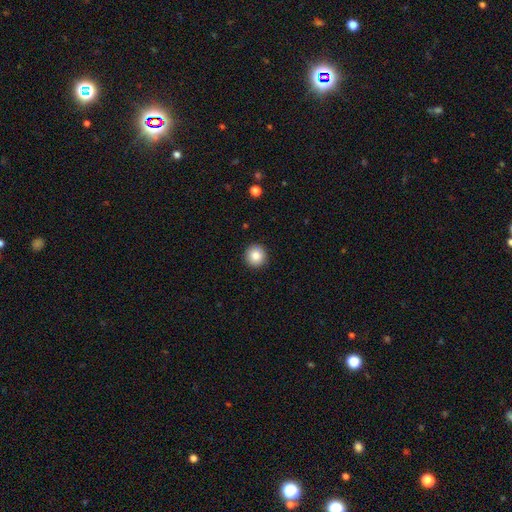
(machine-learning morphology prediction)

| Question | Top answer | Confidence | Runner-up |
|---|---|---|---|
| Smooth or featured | smooth | 87% | star or artifact (9%) |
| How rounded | round | 95% | in between (4%) |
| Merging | none | 92% | minor disturbance (5%) |